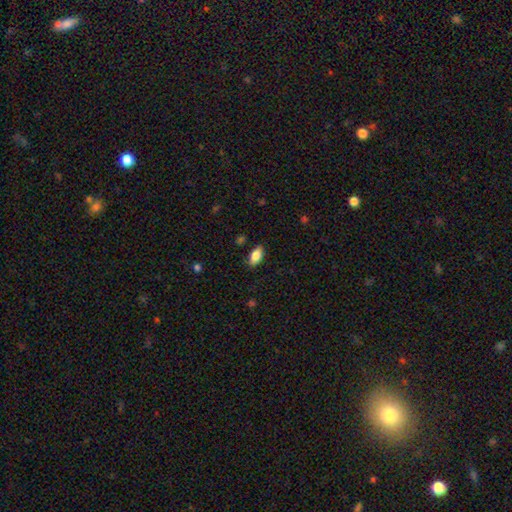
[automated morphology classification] smooth 84%, featured or disk 9%, star or artifact 7%. Down the decision tree: how rounded — in between (92%); merging — none (84%).